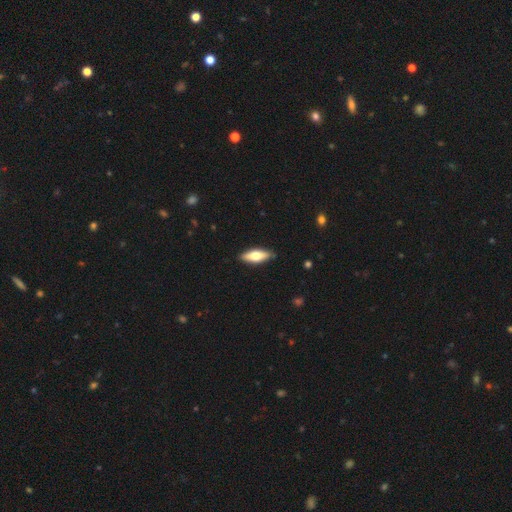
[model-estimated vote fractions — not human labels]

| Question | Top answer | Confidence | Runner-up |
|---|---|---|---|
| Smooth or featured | smooth | 60% | featured or disk (34%) |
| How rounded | in between | 62% | cigar-shaped (36%) |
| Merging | none | 87% | minor disturbance (10%) |